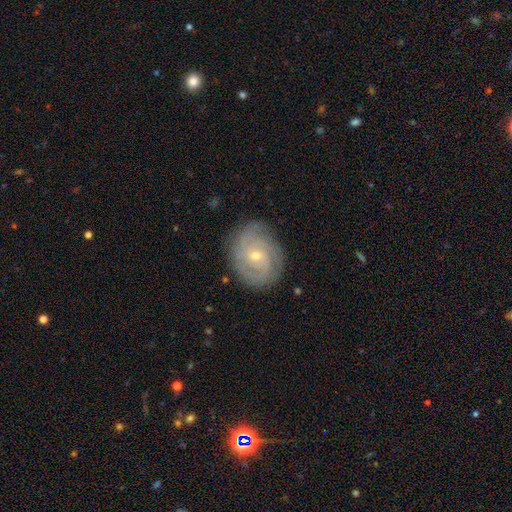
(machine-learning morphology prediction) Smooth or featured? Predicted: featured or disk (p=0.80). Edge-on disk? Predicted: no (p=0.97). Bar? Predicted: no (p=0.64). Spiral arms? Predicted: yes (p=0.94). Spiral winding? Predicted: tight (p=0.64). Spiral arm count? Predicted: can't tell (p=0.30). Bulge size? Predicted: small (p=0.65). Merging? Predicted: none (p=0.80).